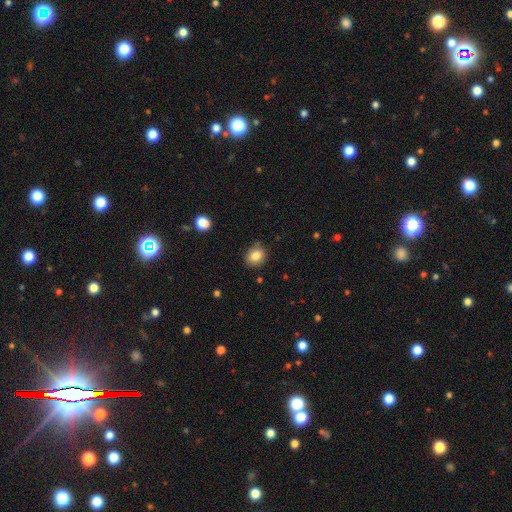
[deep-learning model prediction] smooth 83%, star or artifact 10%, featured or disk 7%. Down the decision tree: how rounded — round (67%); merging — none (81%).